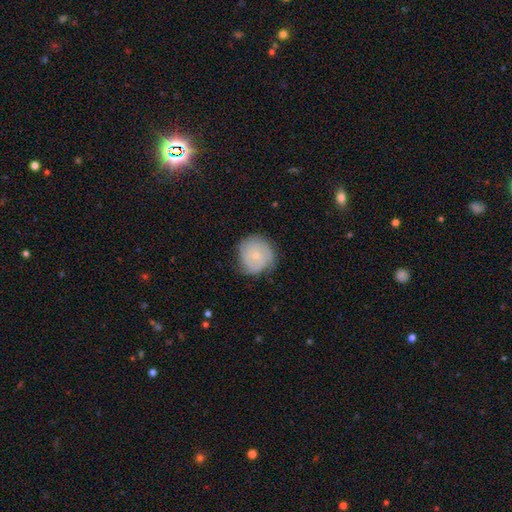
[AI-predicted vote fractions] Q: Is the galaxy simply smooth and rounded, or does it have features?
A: featured or disk — 52%.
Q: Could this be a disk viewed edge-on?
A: no — 98%.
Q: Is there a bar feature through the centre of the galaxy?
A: no — 79%.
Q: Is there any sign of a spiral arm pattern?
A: yes — 80%.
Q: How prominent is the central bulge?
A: small — 68%.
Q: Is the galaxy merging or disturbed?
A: none — 70%.